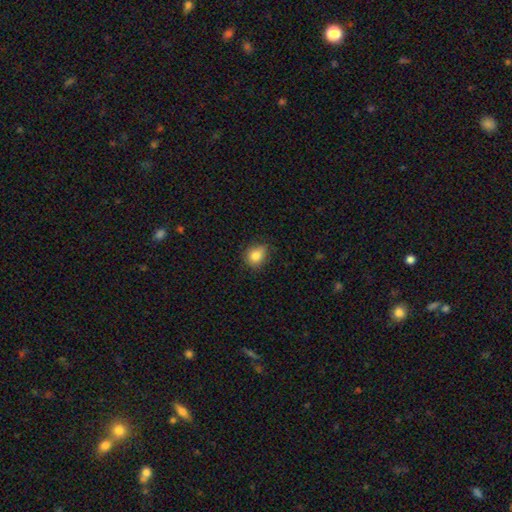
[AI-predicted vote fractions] The model was most divided on "how rounded": round: 68%, in between: 31%, cigar-shaped: 1%. More confident: smooth or featured — smooth (82%); merging — none (68%).